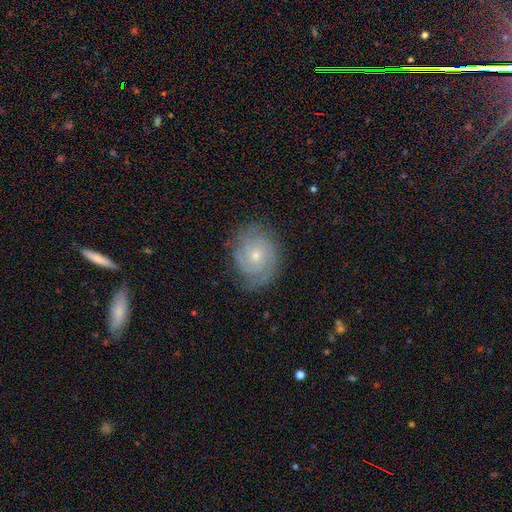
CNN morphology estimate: The model was most divided on "spiral arm count": can't tell: 39%, 2: 27%, 3: 16%, 4: 7%, 1: 6%, more than 4: 5%. More confident: edge-on disk — no (97%); spiral arms — yes (91%); bar — no (78%); merging — none (75%); smooth or featured — featured or disk (72%); spiral winding — tight (68%); bulge size — small (66%).